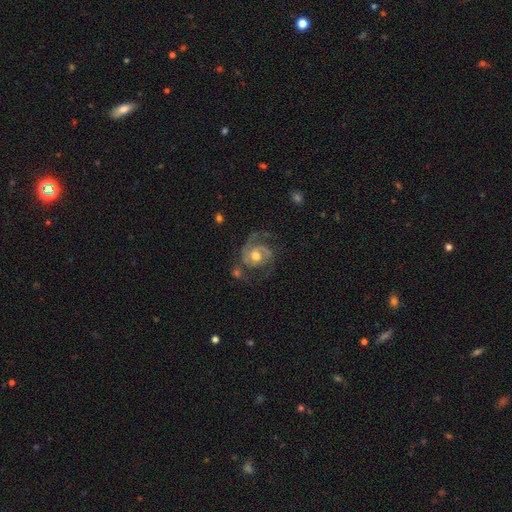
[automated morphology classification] Smooth or featured? Predicted: featured or disk (p=0.83). Edge-on disk? Predicted: no (p=0.98). Bar? Predicted: no (p=0.65). Spiral arms? Predicted: yes (p=0.94). Spiral winding? Predicted: medium (p=0.46). Spiral arm count? Predicted: 2 (p=0.67). Bulge size? Predicted: moderate (p=0.71). Merging? Predicted: none (p=0.55).